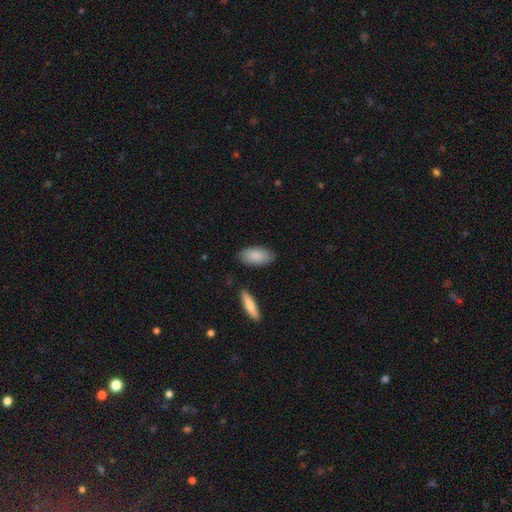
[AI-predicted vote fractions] Q: Smooth or featured?
A: smooth (86%); runner-up: featured or disk (8%)
Q: How rounded?
A: in between (91%); runner-up: cigar-shaped (7%)
Q: Merging?
A: none (83%); runner-up: minor disturbance (12%)